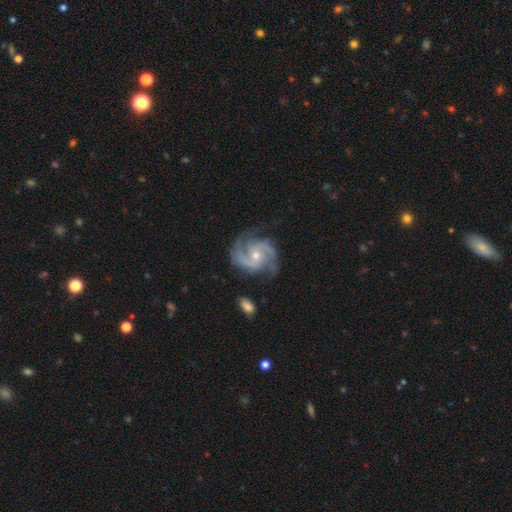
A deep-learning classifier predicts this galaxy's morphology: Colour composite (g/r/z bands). It shows a featured or disk galaxy (92%) with no bar (61%), 2 (55%) medium (56%) spiral arms (98%) and a small central bulge (58%). Merging: none (76%).